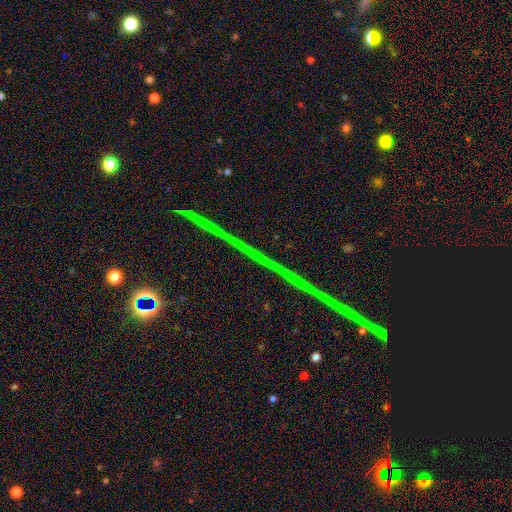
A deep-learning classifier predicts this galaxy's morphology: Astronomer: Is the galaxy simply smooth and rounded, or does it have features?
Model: star or artifact — 82%.